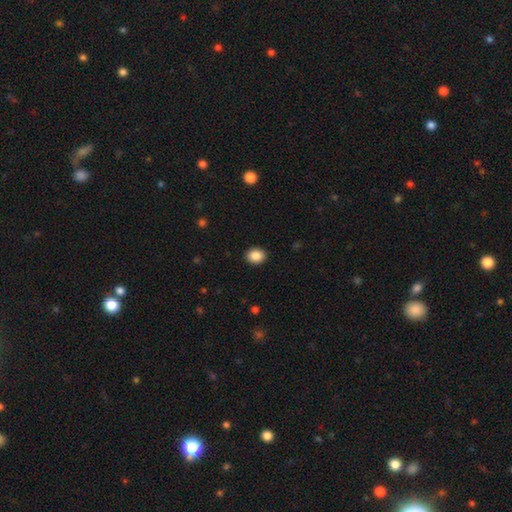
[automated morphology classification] A smooth galaxy with no disk features (87%) that is round (52%). Merging: none (90%).